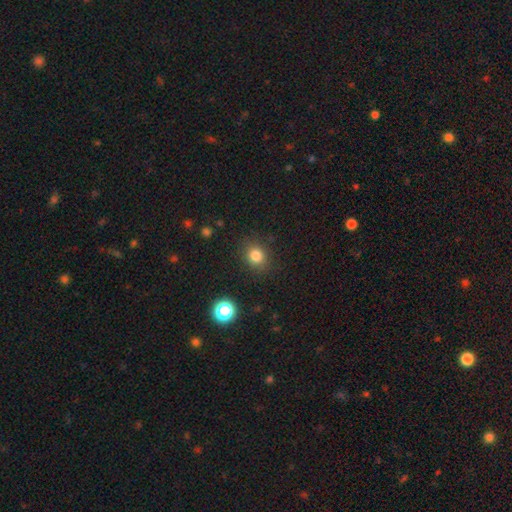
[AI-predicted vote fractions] A smooth galaxy with no disk features (81%) that is round (72%). Merging: none (86%).